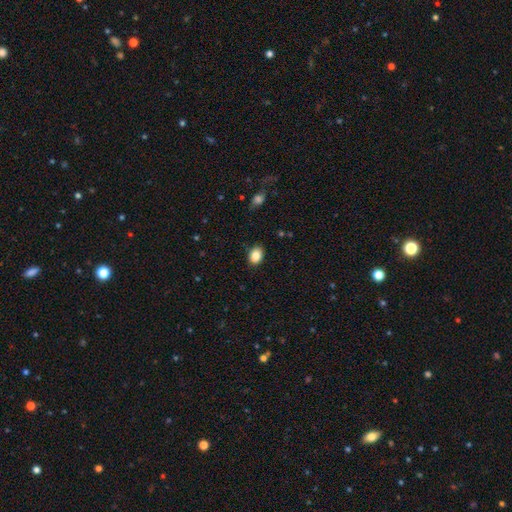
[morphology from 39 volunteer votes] smooth-or-featured: smooth: 87% | star or artifact: 10% | featured or disk: 3%
  how-rounded: in between: 53% | round: 47% | cigar-shaped: 0%
  merging: none: 80% | minor disturbance: 11% | major disturbance: 6% | merger: 3%